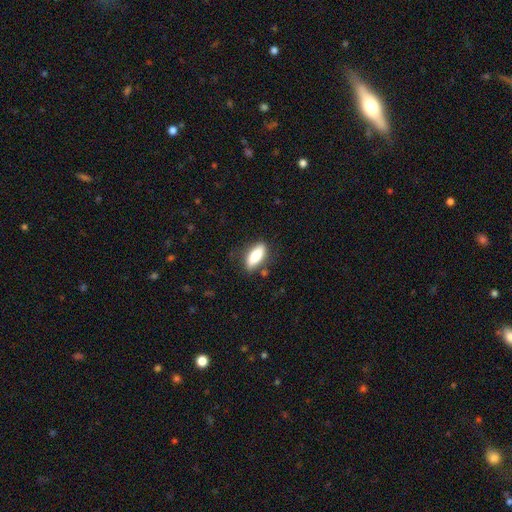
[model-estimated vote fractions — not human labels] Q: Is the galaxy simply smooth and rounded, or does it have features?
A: smooth — 81%.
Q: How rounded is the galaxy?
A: in between — 75%.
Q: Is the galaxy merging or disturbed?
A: none — 78%.